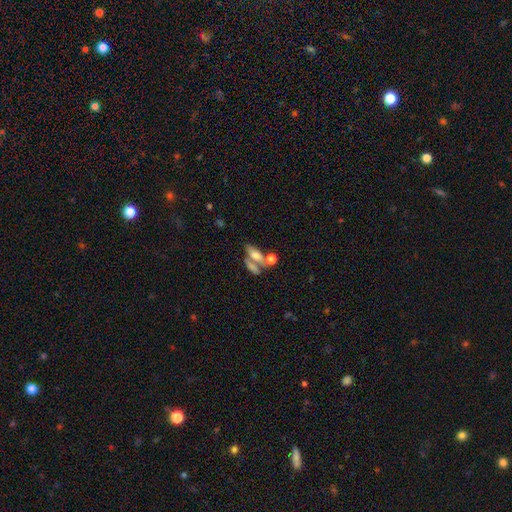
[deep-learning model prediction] A smooth galaxy with no disk features (63%) that is in between round and cigar-shaped (72%).

Vote fractions:
- Smooth or featured? smooth: 63% / featured or disk: 25% / star or artifact: 11%
- How rounded? in between: 72% / cigar-shaped: 18% / round: 9%
- Merging? merger: 46% / none: 33% / minor disturbance: 12% / major disturbance: 10%